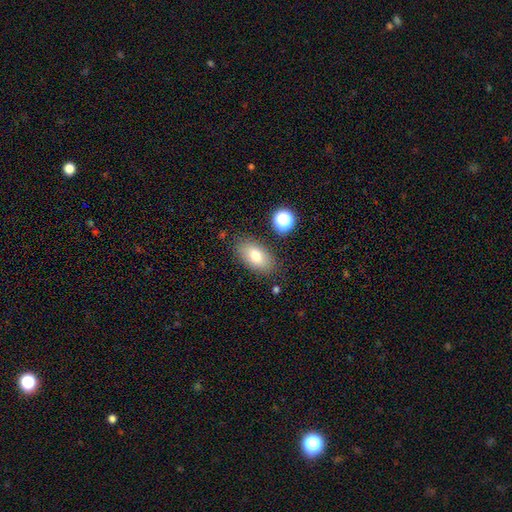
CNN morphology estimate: smooth 77%, featured or disk 14%, star or artifact 9%. Down the decision tree: how rounded — in between (91%); merging — none (82%).